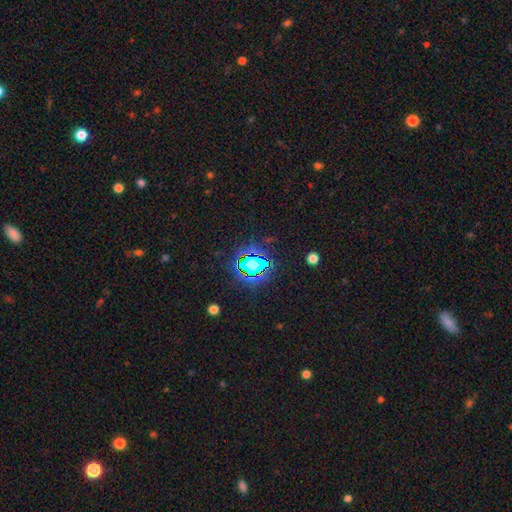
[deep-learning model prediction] Overall: star or artifact (79%).